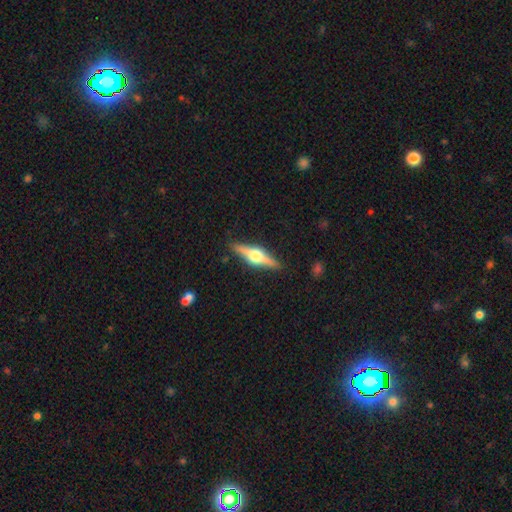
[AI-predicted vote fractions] Smooth or featured? Predicted: featured or disk (p=0.75). Edge-on disk? Predicted: yes (p=0.97). Edge-on bulge? Predicted: rounded (p=0.95). Merging? Predicted: none (p=0.89).